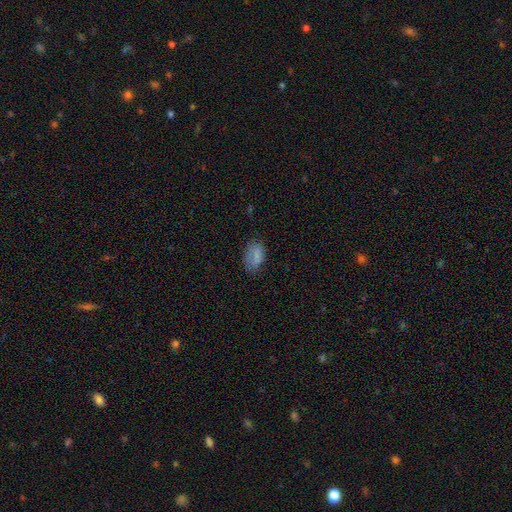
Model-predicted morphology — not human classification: Smooth or featured? Predicted: smooth (p=0.78). How rounded? Predicted: in between (p=0.90). Merging? Predicted: none (p=0.65).